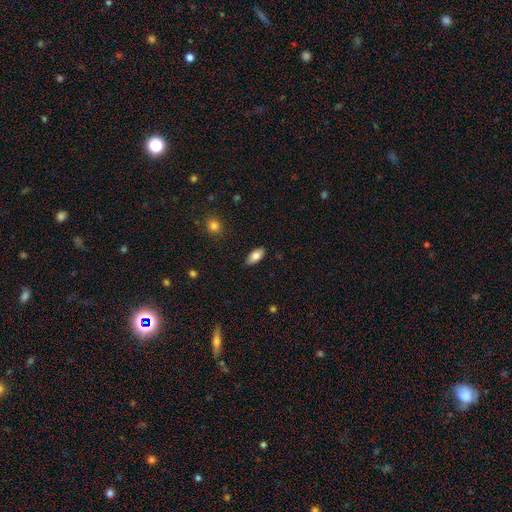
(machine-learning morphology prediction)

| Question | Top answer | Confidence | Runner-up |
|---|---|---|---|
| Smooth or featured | smooth | 79% | featured or disk (14%) |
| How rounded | in between | 91% | cigar-shaped (6%) |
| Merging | none | 86% | minor disturbance (11%) |